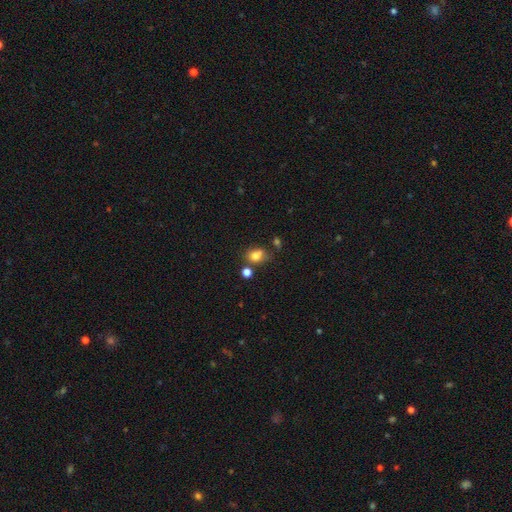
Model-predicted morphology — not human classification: This is likely a smooth galaxy (79%). How rounded: possibly in between (56%). Merging: possibly none (57%).